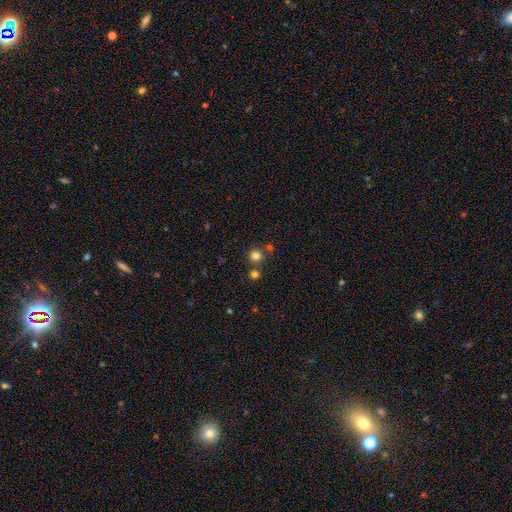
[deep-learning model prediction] Q: Smooth or featured?
A: smooth (79%); runner-up: star or artifact (15%)
Q: How rounded?
A: round (94%); runner-up: in between (5%)
Q: Merging?
A: none (76%); runner-up: merger (15%)